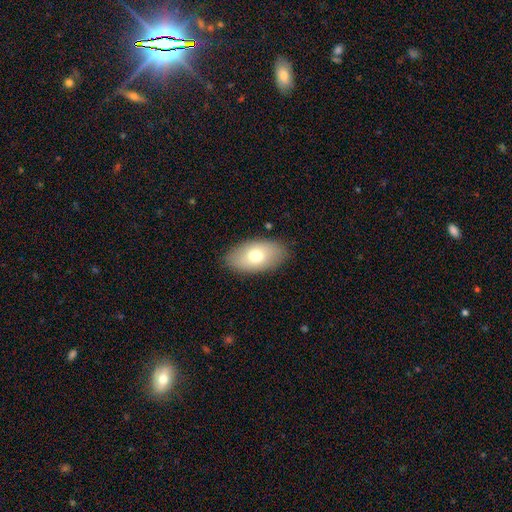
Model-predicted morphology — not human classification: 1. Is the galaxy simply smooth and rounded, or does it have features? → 71% smooth, 22% featured or disk, 7% star or artifact.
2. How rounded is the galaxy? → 93% in between, 5% round, 2% cigar-shaped.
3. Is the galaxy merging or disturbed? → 85% none, 11% minor disturbance, 3% major disturbance, 1% merger.